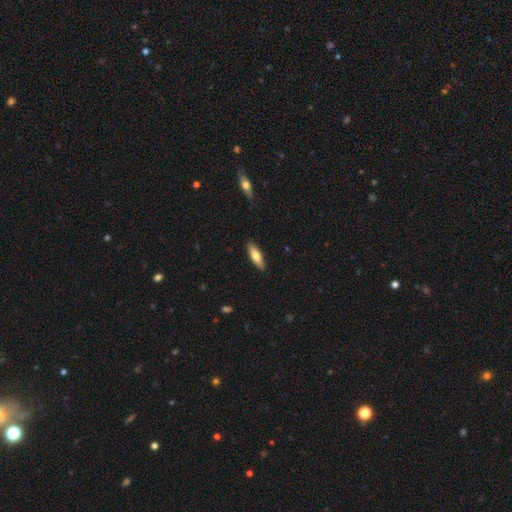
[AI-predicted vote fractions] smooth-or-featured: smooth: 71% | featured or disk: 23% | star or artifact: 6%
  how-rounded: cigar-shaped: 50% | in between: 48% | round: 2%
  merging: none: 89% | minor disturbance: 8% | major disturbance: 2% | merger: 1%